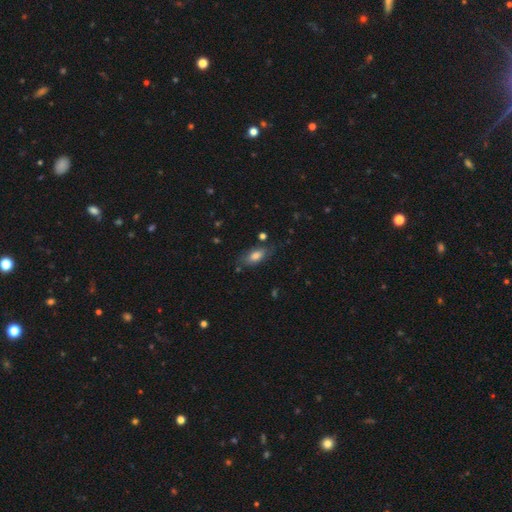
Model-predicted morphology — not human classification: Smooth or featured? smooth (74%)
How rounded? in between (84%)
Merging? none (67%)